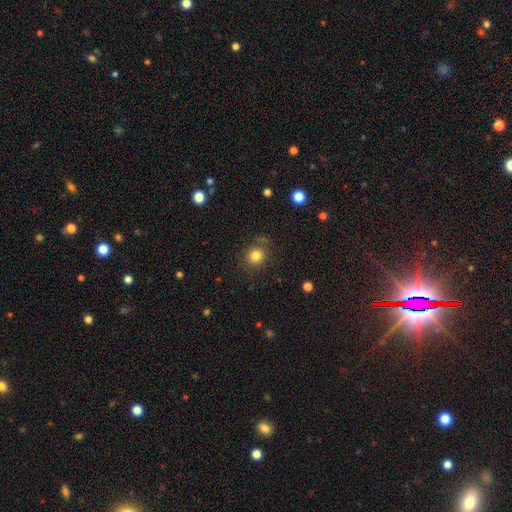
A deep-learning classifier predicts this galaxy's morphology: smooth_or_featured: smooth (p=0.81) [alt: star or artifact p=0.12]
how_rounded: round (p=0.84) [alt: in between p=0.15]
merging: none (p=0.79) [alt: minor disturbance p=0.13]